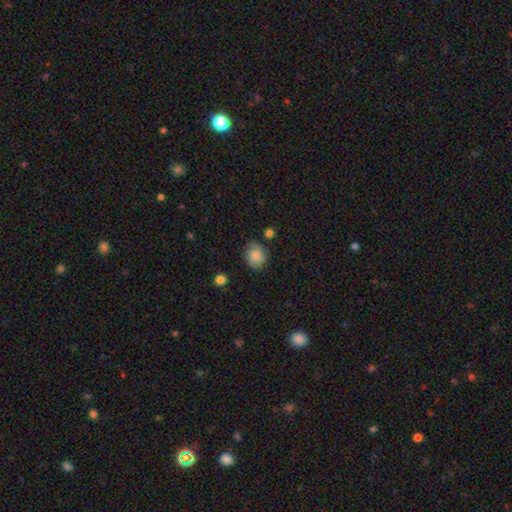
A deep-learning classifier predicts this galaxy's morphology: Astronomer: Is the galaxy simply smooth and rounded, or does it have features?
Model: smooth — 67%.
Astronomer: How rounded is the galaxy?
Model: round — 57% (runner-up: in between, 42%).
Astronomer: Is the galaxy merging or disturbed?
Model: none — 69%.